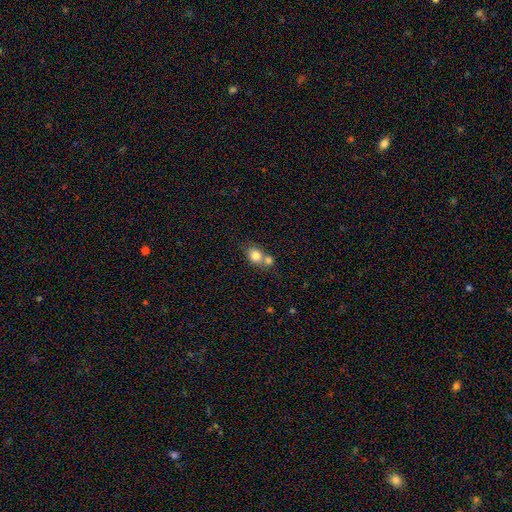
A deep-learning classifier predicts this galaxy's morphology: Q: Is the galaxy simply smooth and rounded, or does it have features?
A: smooth — 80%.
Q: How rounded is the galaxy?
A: round — 60%.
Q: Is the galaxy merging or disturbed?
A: merger — 54%.